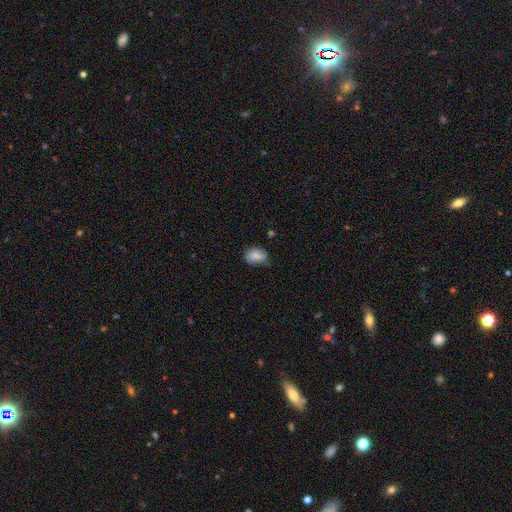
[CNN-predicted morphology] smooth-or-featured: smooth: 81% | featured or disk: 11% | star or artifact: 8%
  how-rounded: in between: 77% | round: 21% | cigar-shaped: 1%
  merging: none: 59% | minor disturbance: 32% | major disturbance: 6% | merger: 2%